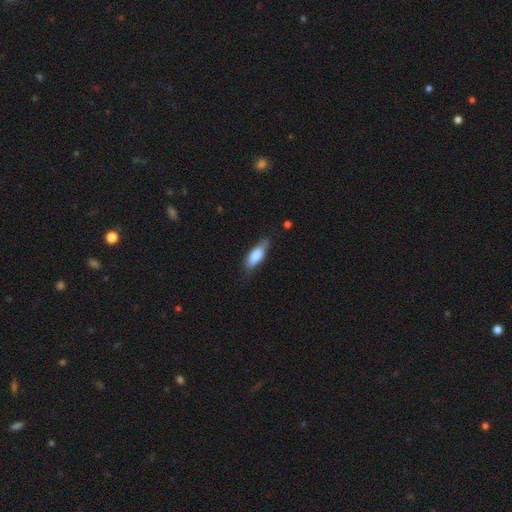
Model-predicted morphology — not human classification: smooth-or-featured: smooth: 79% | featured or disk: 15% | star or artifact: 6%
  how-rounded: in between: 65% | cigar-shaped: 33% | round: 2%
  merging: none: 68% | minor disturbance: 25% | major disturbance: 5% | merger: 2%